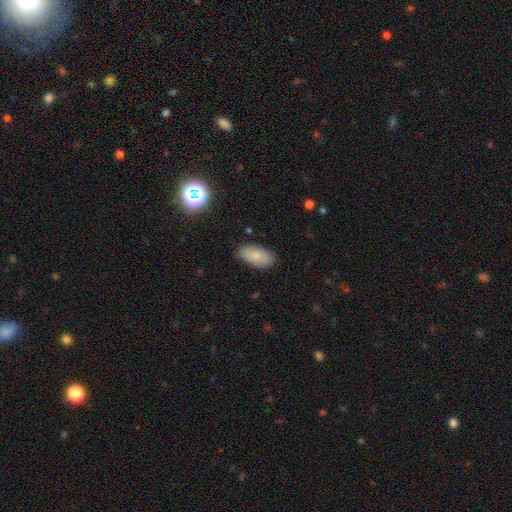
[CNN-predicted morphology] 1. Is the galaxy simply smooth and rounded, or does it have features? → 81% smooth, 11% featured or disk, 8% star or artifact.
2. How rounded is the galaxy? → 91% in between, 7% cigar-shaped, 3% round.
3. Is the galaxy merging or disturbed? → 85% none, 11% minor disturbance, 2% major disturbance, 1% merger.